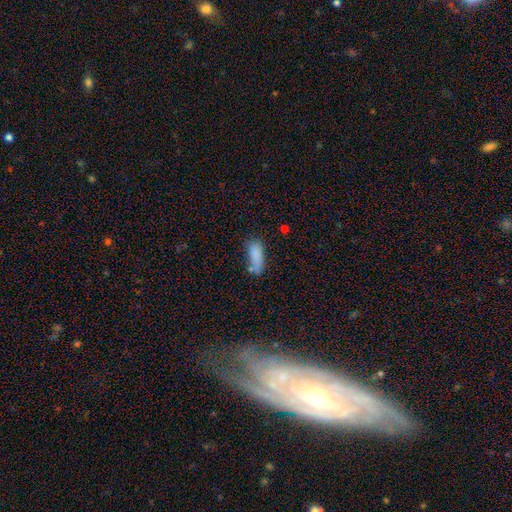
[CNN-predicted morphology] The model was most divided on "merging": none: 55%, minor disturbance: 25%, merger: 10%, major disturbance: 10%. More confident: smooth or featured — smooth (83%); how rounded — in between (72%).